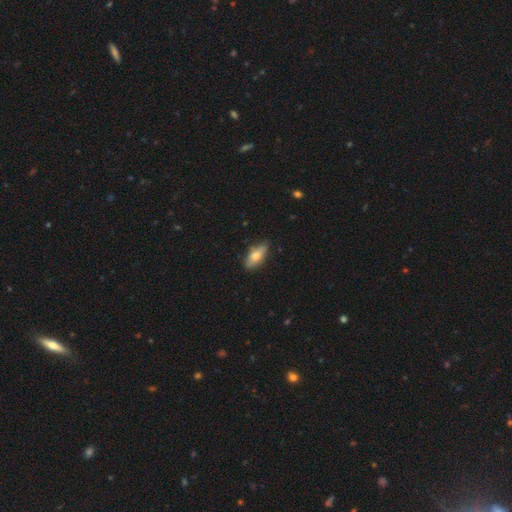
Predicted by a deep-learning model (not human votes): Smooth or featured? smooth (67%)
How rounded? in between (75%)
Merging? none (80%)